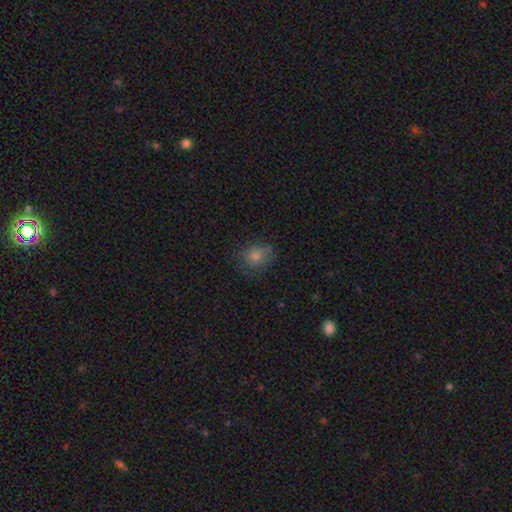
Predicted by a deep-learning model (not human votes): This is likely a smooth galaxy (72%). How rounded: likely round (65%). Merging: likely none (74%).